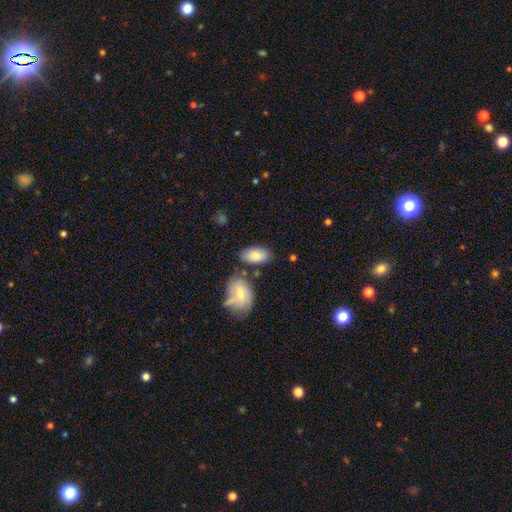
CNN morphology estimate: Smooth or featured?
  - smooth: 82% *
  - featured or disk: 11%
  - star or artifact: 7%
How rounded?
  - in between: 94% *
  - round: 4%
  - cigar-shaped: 2%
Merging?
  - none: 70% *
  - minor disturbance: 15%
  - merger: 11%
  - major disturbance: 4%